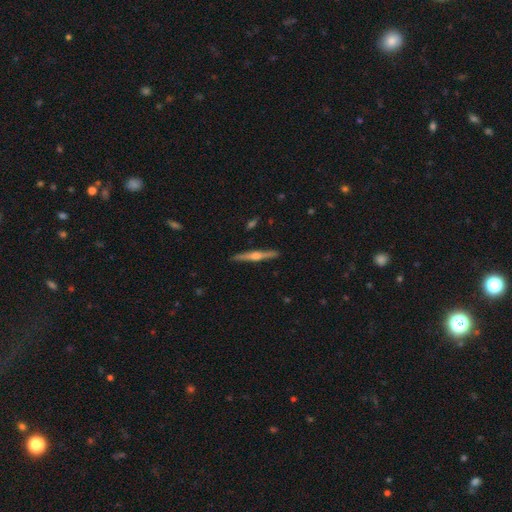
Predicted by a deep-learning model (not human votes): This is likely a featured or disk galaxy (78%). It is clearly viewed edge-on (98%). Edge-on bulge: clearly rounded (89%). Merging: clearly none (92%).